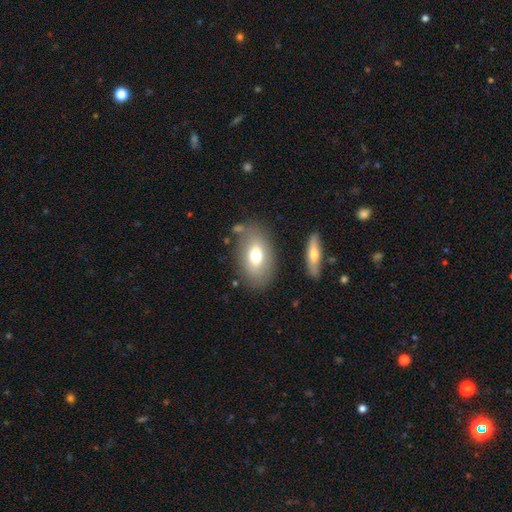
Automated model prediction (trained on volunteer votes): smooth-or-featured: smooth: 69% | featured or disk: 23% | star or artifact: 8%
  how-rounded: in between: 88% | round: 10% | cigar-shaped: 2%
  merging: none: 73% | minor disturbance: 15% | merger: 7% | major disturbance: 5%